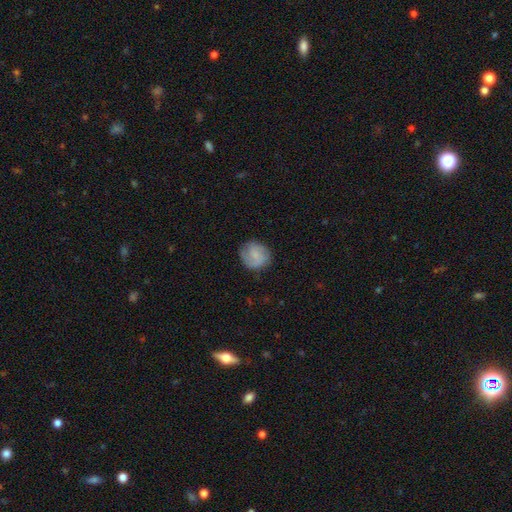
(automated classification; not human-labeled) This is likely a smooth galaxy (60%). How rounded: clearly round (80%). Merging: likely none (75%).